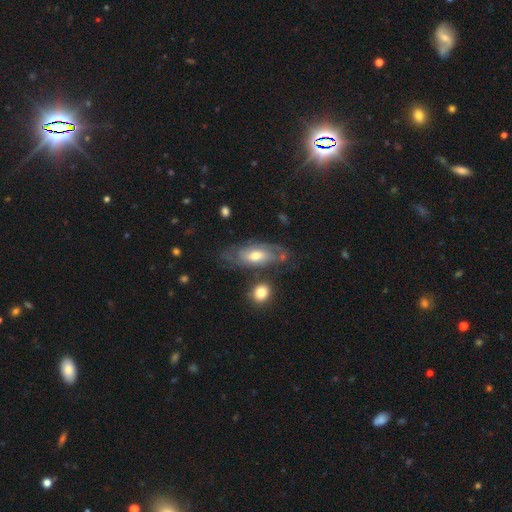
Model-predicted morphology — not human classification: Q: Smooth or featured?
A: featured or disk (66%); runner-up: smooth (27%)
Q: Edge-on disk?
A: no (87%); runner-up: yes (13%)
Q: Bar?
A: no (66%); runner-up: weak (28%)
Q: Spiral arms?
A: yes (80%); runner-up: no (20%)
Q: Bulge size?
A: moderate (65%); runner-up: small (22%)
Q: Merging?
A: none (61%); runner-up: minor disturbance (21%)